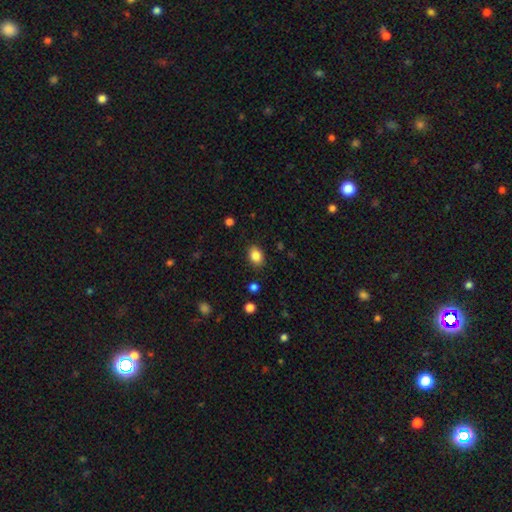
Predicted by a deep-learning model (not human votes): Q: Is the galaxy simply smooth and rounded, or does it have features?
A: smooth — 85%.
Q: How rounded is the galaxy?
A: in between — 72%.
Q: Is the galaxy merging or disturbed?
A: none — 86%.